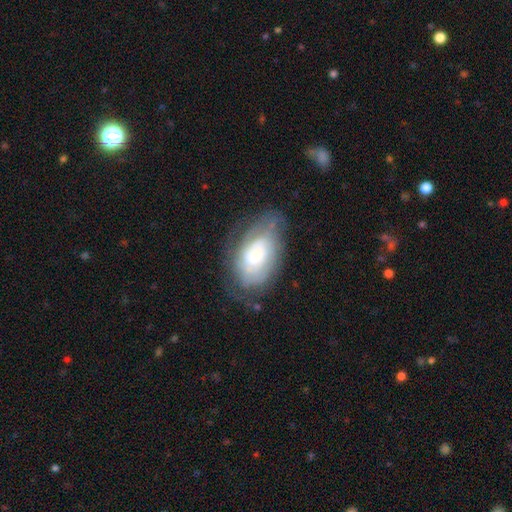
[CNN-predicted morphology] featured or disk 65%, smooth 28%, star or artifact 7%. Down the decision tree: edge-on disk — no (95%); bar — no (70%); spiral arms — yes (77%); bulge size — small (52%); merging — none (59%).